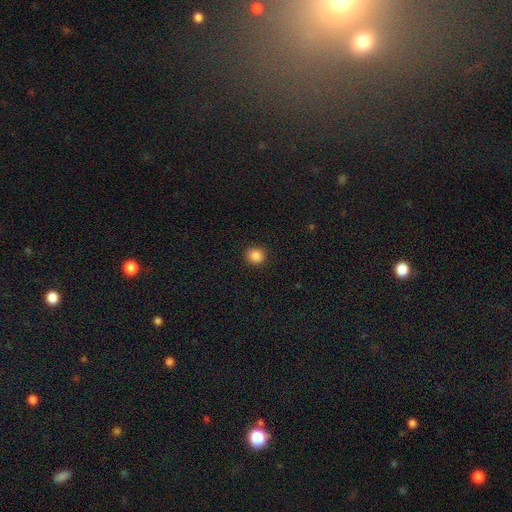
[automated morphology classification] Smooth or featured: smooth — 87% (star or artifact — 10%)
How rounded: round — 87% (in between — 12%)
Merging: none — 91% (minor disturbance — 6%)